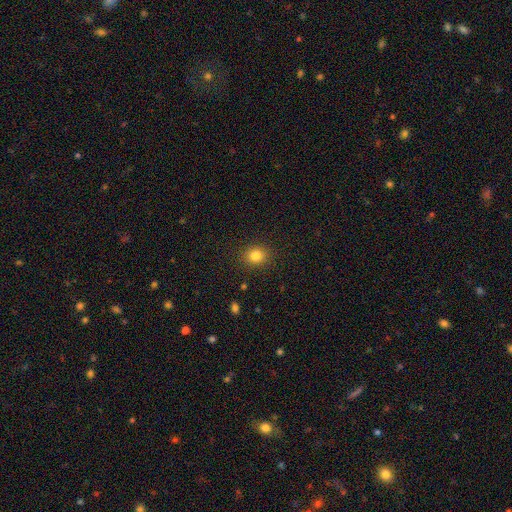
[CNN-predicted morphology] smooth-or-featured: smooth: 82% | star or artifact: 12% | featured or disk: 6%
  how-rounded: round: 72% | in between: 27% | cigar-shaped: 1%
  merging: none: 89% | minor disturbance: 8% | major disturbance: 2% | merger: 1%